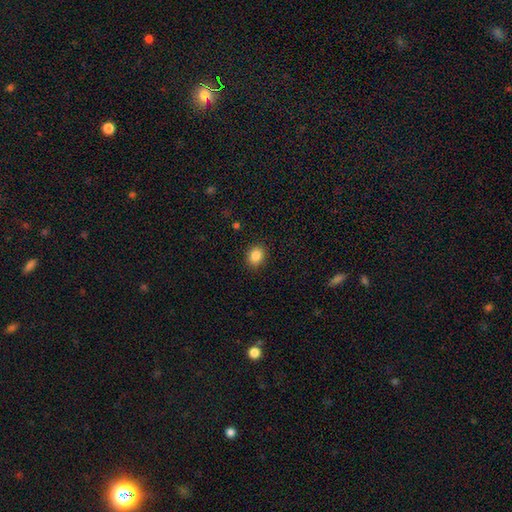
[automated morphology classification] A smooth galaxy with no disk features (85%) that is round (56%).

Vote fractions:
- Smooth or featured? smooth: 85% / star or artifact: 10% / featured or disk: 5%
- How rounded? round: 56% / in between: 43% / cigar-shaped: 1%
- Merging? none: 89% / minor disturbance: 7% / major disturbance: 2% / merger: 1%